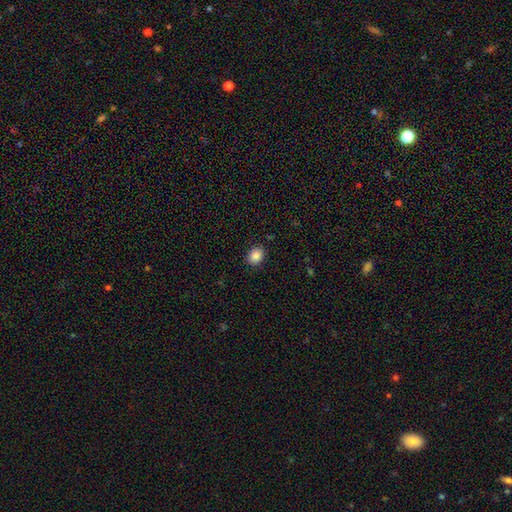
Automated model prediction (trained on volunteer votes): This appears to be a smooth galaxy with no disk features (86%) that is in between round and cigar-shaped (50%). Merging: none (89%).